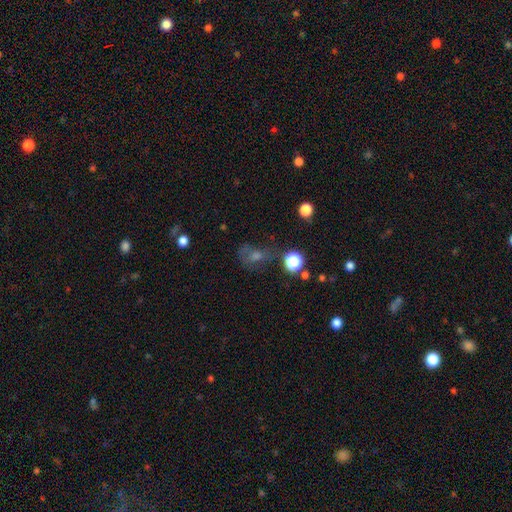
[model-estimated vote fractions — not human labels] This appears to be a smooth galaxy with no disk features (39%). Merging: none (46%).